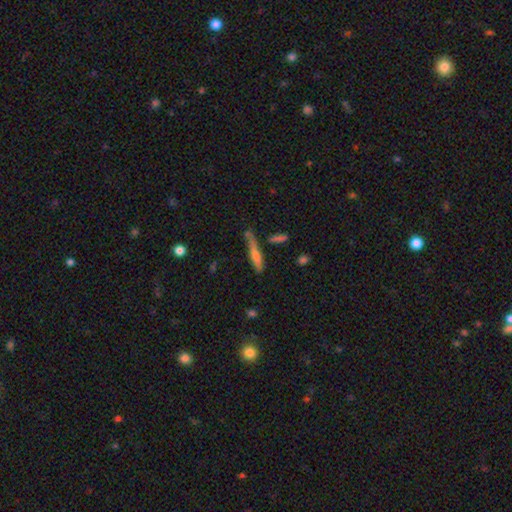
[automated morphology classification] This is possibly a smooth galaxy (51%). How rounded: clearly cigar-shaped (87%). Merging: possibly none (60%).